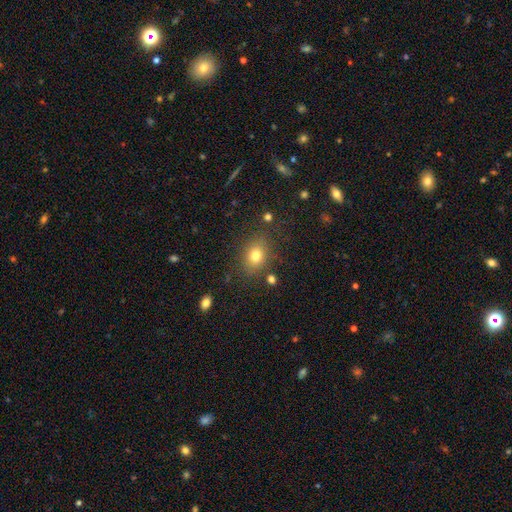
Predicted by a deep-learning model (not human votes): smooth_or_featured: smooth (p=0.77) [alt: star or artifact p=0.13]
how_rounded: in between (p=0.52) [alt: round p=0.47]
merging: none (p=0.81) [alt: minor disturbance p=0.12]